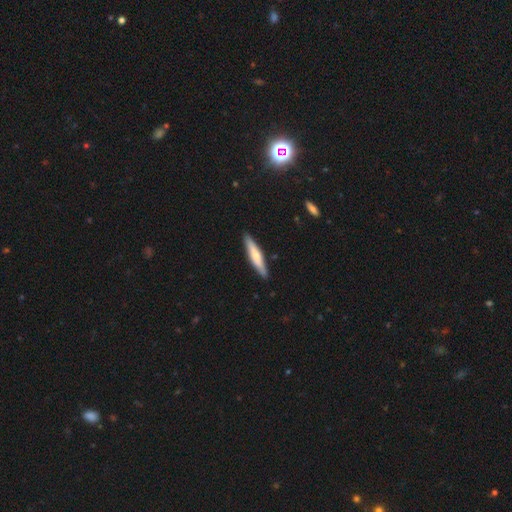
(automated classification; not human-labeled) Smooth or featured?
  - smooth: 59% *
  - featured or disk: 36%
  - star or artifact: 5%
How rounded?
  - cigar-shaped: 87% *
  - in between: 11%
  - round: 1%
Merging?
  - none: 89% *
  - minor disturbance: 8%
  - major disturbance: 2%
  - merger: 1%